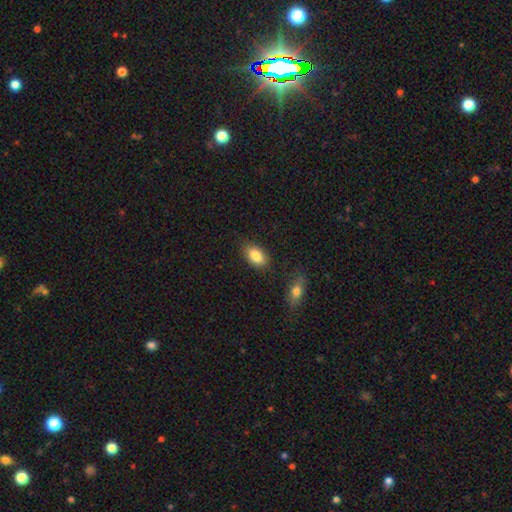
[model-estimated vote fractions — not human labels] This appears to be a smooth galaxy with no disk features (84%) that is in between round and cigar-shaped (89%). Merging: none (80%).